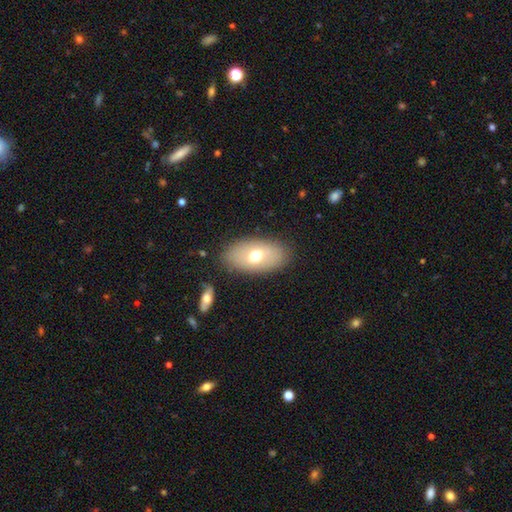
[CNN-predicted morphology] The model was most divided on "smooth or featured": smooth: 63%, featured or disk: 29%, star or artifact: 8%. More confident: how rounded — in between (92%); merging — none (83%).